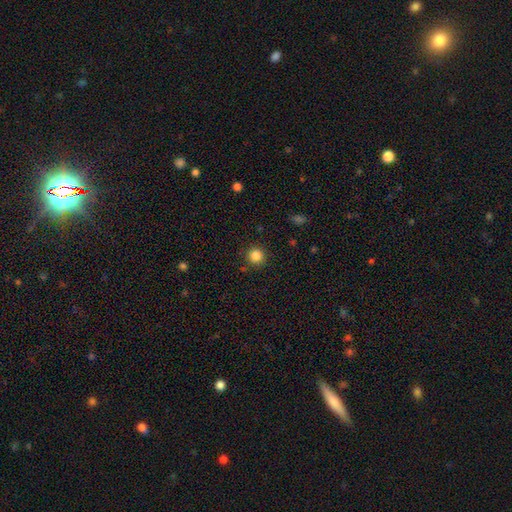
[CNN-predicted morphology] Smooth or featured: smooth — 84% (star or artifact — 12%)
How rounded: round — 94% (in between — 5%)
Merging: none — 90% (minor disturbance — 6%)